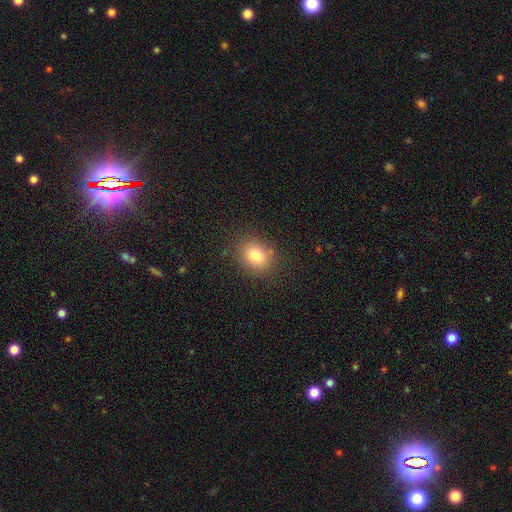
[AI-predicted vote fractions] Morphology: type=smooth (80%); roundness=round (50%); merging=none (84%).